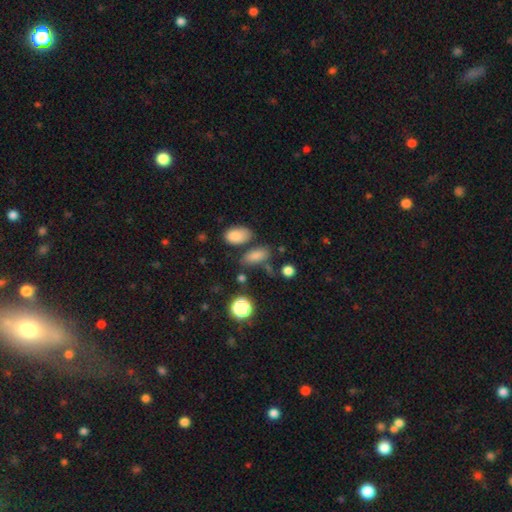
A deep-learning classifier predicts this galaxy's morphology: This appears to be a smooth galaxy with no disk features (79%) that is in between round and cigar-shaped (83%). Merging: none (64%).